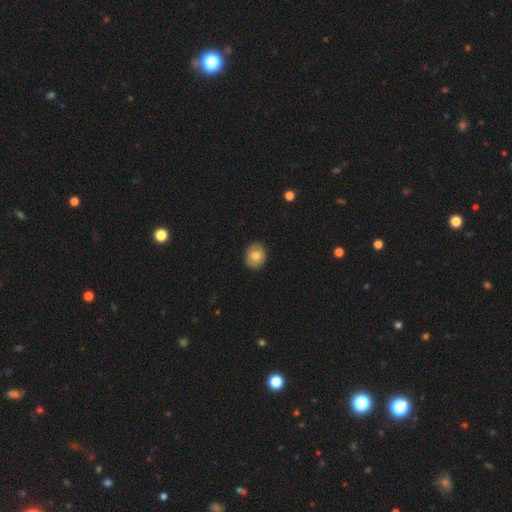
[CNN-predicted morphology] A smooth galaxy with no disk features (72%) that is round (64%).

Vote fractions:
- Smooth or featured? smooth: 72% / featured or disk: 21% / star or artifact: 8%
- How rounded? round: 64% / in between: 35% / cigar-shaped: 1%
- Merging? none: 88% / minor disturbance: 9% / major disturbance: 2% / merger: 1%